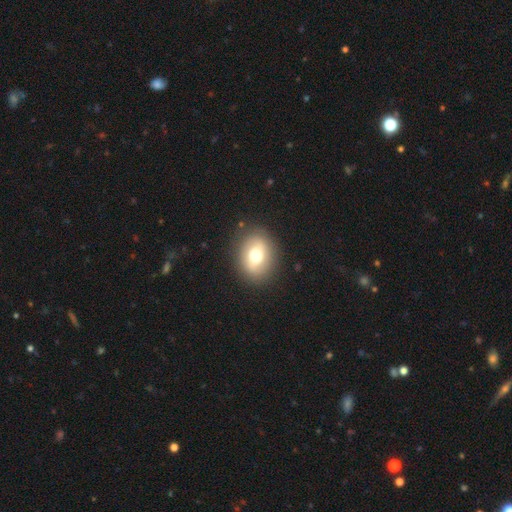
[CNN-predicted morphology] This is likely a smooth galaxy (67%). How rounded: possibly in between (52%). Merging: clearly none (87%).